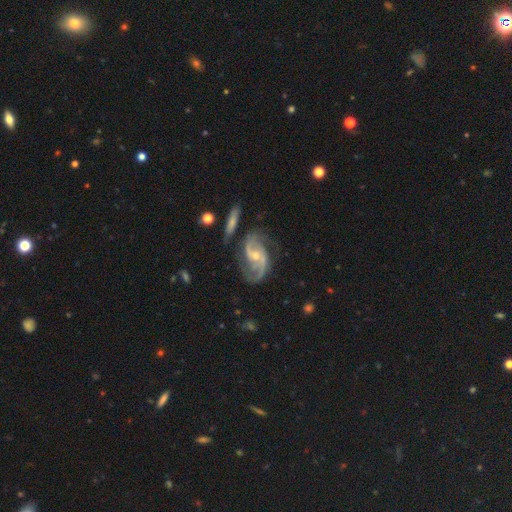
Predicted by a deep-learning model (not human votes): A featured or disk galaxy (90%) with no bar (47%), 2 (79%) medium (50%) spiral arms (97%) and a small central bulge (58%). Merging: none (66%).